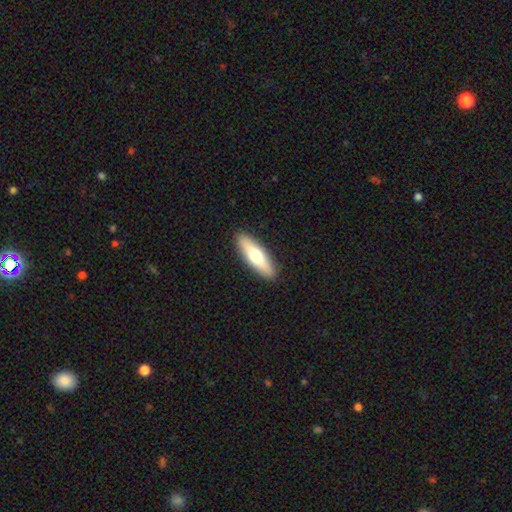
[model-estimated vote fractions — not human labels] smooth_or_featured: smooth (p=0.61) [alt: featured or disk p=0.34]
how_rounded: cigar-shaped (p=0.57) [alt: in between p=0.41]
merging: none (p=0.91) [alt: minor disturbance p=0.07]